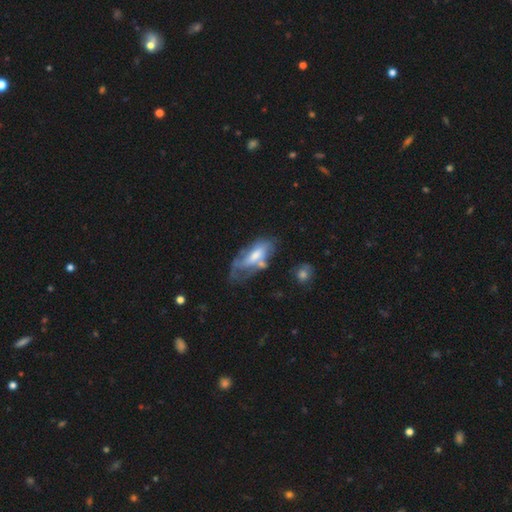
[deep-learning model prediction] A featured or disk galaxy (51%). Merging: none (34%).